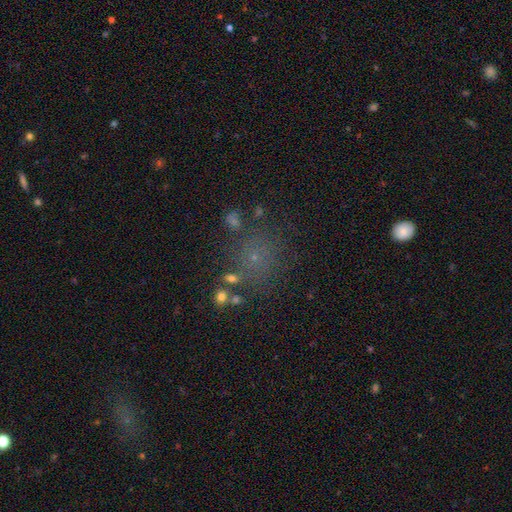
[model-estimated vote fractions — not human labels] Smooth or featured?
  - smooth: 56% *
  - star or artifact: 33%
  - featured or disk: 11%
How rounded?
  - round: 88% *
  - in between: 11%
  - cigar-shaped: 1%
Merging?
  - none: 76% *
  - minor disturbance: 11%
  - merger: 8%
  - major disturbance: 6%